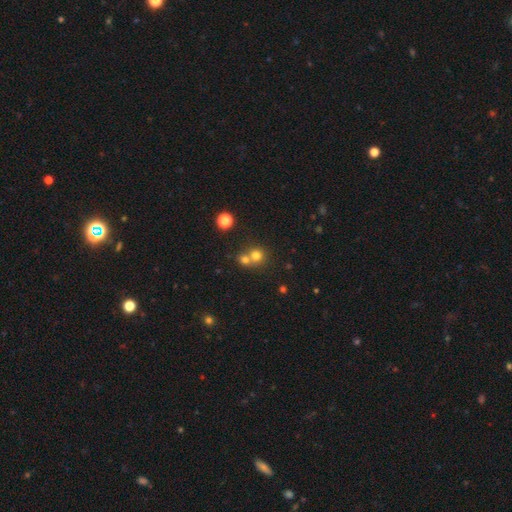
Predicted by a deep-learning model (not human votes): A smooth galaxy with no disk features (73%) that is round (86%).

Vote fractions:
- Smooth or featured? smooth: 73% / star or artifact: 16% / featured or disk: 11%
- How rounded? round: 86% / in between: 13% / cigar-shaped: 1%
- Merging? merger: 49% / none: 44% / minor disturbance: 5% / major disturbance: 2%